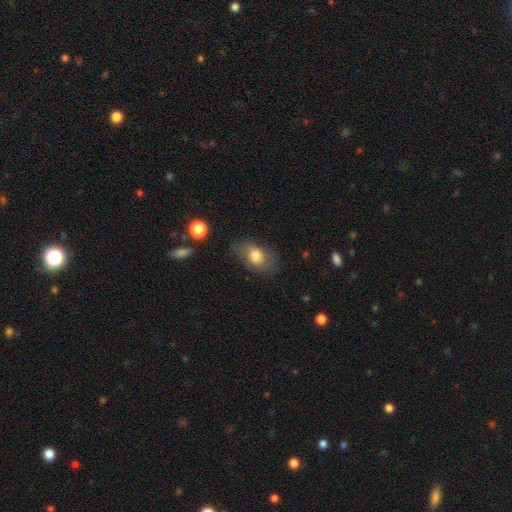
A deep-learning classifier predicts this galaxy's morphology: Smooth or featured?
  - smooth: 74% *
  - featured or disk: 18%
  - star or artifact: 8%
How rounded?
  - in between: 83% *
  - round: 15%
  - cigar-shaped: 2%
Merging?
  - none: 64% *
  - minor disturbance: 23%
  - major disturbance: 11%
  - merger: 2%